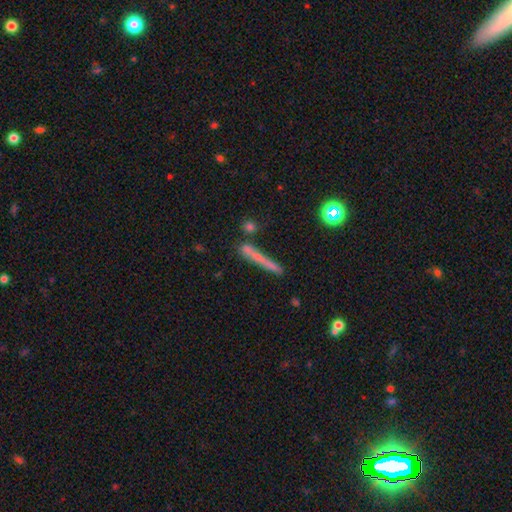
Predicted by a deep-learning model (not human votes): A smooth galaxy with no disk features (57%) that is cigar-shaped (93%).

Vote fractions:
- Smooth or featured? smooth: 57% / featured or disk: 31% / star or artifact: 11%
- How rounded? cigar-shaped: 93% / in between: 4% / round: 3%
- Merging? none: 68% / minor disturbance: 15% / merger: 12% / major disturbance: 6%